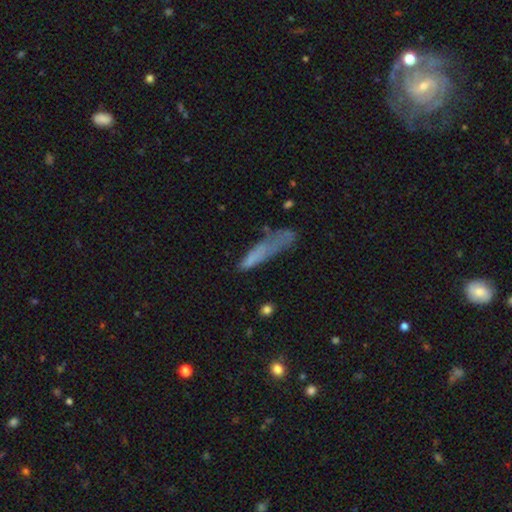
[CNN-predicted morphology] Q: Smooth or featured?
A: smooth (66%); runner-up: featured or disk (24%)
Q: How rounded?
A: cigar-shaped (82%); runner-up: in between (16%)
Q: Merging?
A: none (38%); runner-up: minor disturbance (28%)